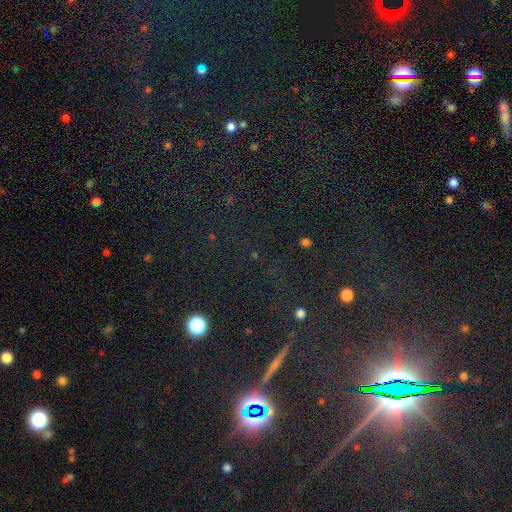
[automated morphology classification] Smooth or featured? Predicted: star or artifact (p=0.83).